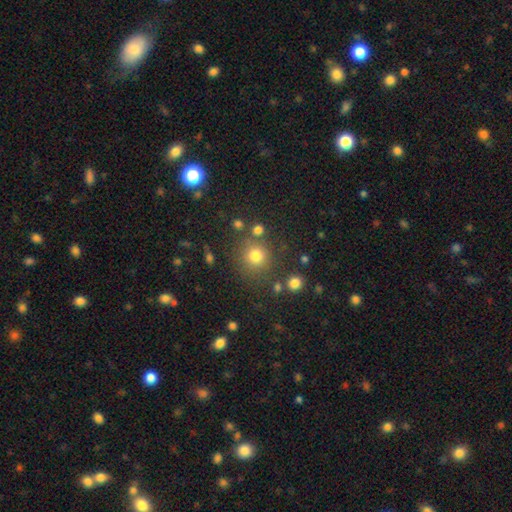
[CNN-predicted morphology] Overall: smooth (77%). How rounded: round (92%). Merging: none (78%).